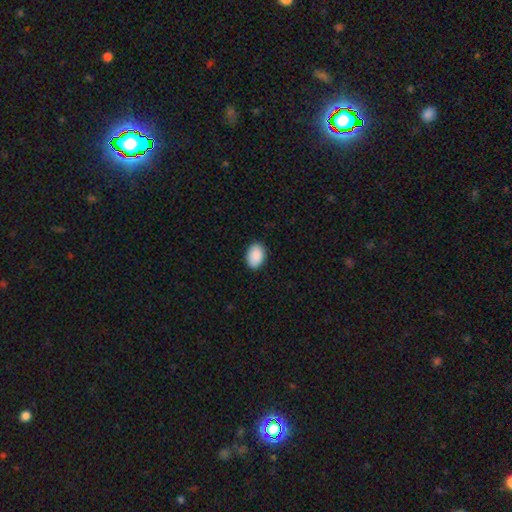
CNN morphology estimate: Smooth or featured: smooth — 90% (star or artifact — 6%)
How rounded: in between — 85% (round — 14%)
Merging: none — 88% (minor disturbance — 9%)